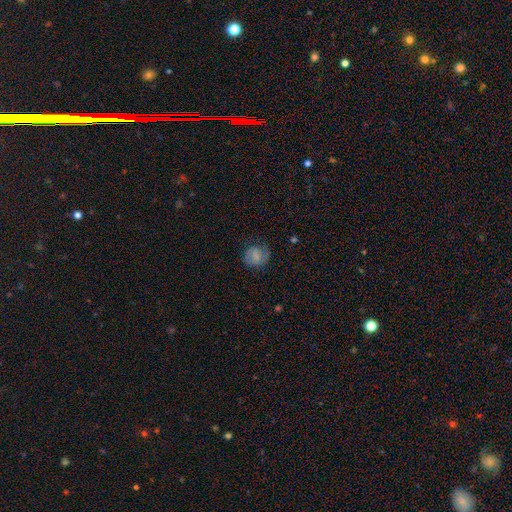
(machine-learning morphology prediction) A smooth galaxy with no disk features (69%) that is round (73%). Merging: none (68%).